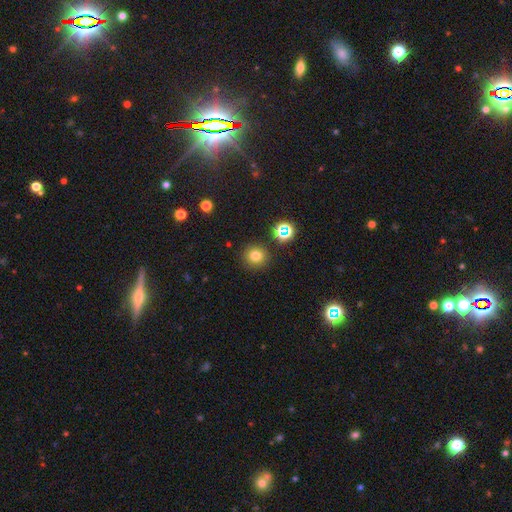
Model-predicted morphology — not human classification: Smooth or featured? Predicted: smooth (p=0.75). How rounded? Predicted: round (p=0.91). Merging? Predicted: none (p=0.88).